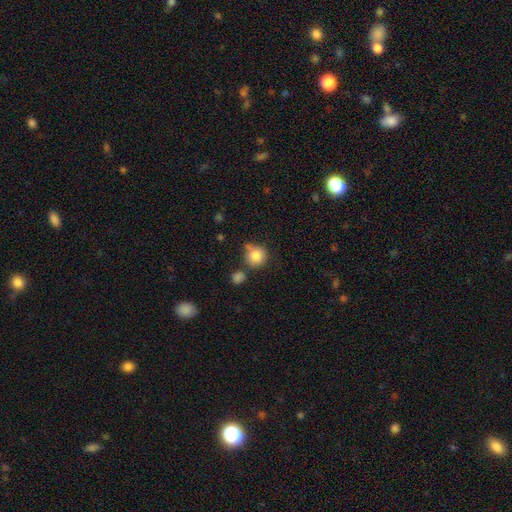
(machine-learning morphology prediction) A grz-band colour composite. It shows a smooth galaxy with no disk features (83%) that is round (91%). Merging: none (68%).